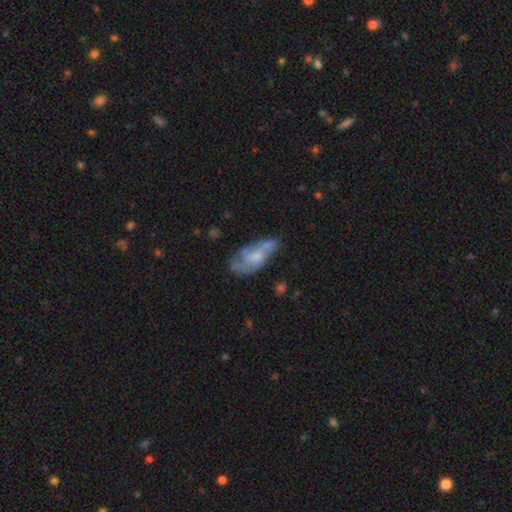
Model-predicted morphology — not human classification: smooth_or_featured: featured or disk (p=0.56) [alt: smooth p=0.36]
disk_edge_on: no (p=0.92) [alt: yes p=0.08]
bar: no (p=0.71) [alt: weak p=0.25]
has_spiral_arms: yes (p=0.59) [alt: no p=0.41]
bulge_size: moderate (p=0.36) [alt: small p=0.31]
merging: none (p=0.42) [alt: minor disturbance p=0.27]